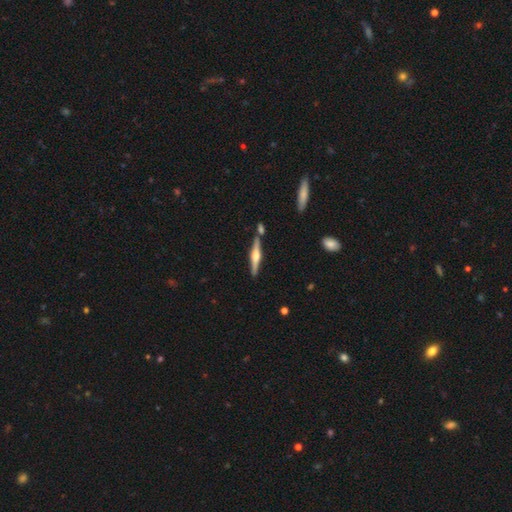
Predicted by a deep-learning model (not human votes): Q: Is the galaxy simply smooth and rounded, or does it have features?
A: featured or disk — 75%.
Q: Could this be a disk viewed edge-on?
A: yes — 98%.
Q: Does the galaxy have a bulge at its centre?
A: rounded — 86%.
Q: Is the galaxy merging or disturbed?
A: none — 82%.